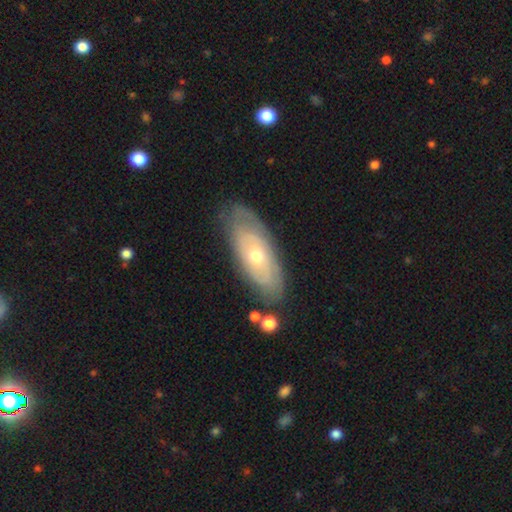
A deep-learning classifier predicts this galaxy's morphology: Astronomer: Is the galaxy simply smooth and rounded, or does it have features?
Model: featured or disk — 65%.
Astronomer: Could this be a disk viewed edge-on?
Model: no — 84%.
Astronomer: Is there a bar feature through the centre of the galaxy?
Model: no — 86%.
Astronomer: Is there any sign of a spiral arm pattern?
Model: yes — 55% (runner-up: no, 45%).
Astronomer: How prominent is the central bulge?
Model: moderate — 53% (runner-up: small, 43%).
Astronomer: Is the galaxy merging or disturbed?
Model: none — 76%.